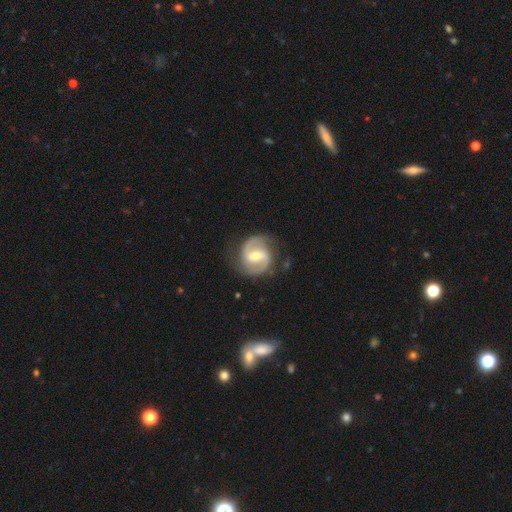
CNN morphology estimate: Smooth or featured? featured or disk (90%)
Edge-on disk? no (98%)
Bar? weak (47%)
Spiral arms? yes (97%)
Spiral winding? medium (56%)
Spiral arm count? 2 (93%)
Bulge size? moderate (59%)
Merging? none (82%)